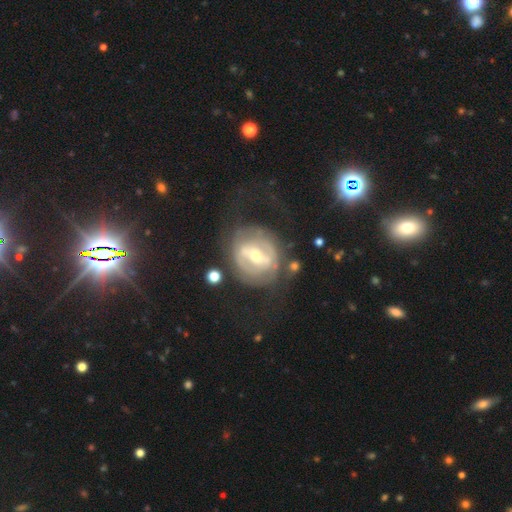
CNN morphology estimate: A featured or disk galaxy (78%) with a strong bar (52%), spiral arms (58%) and a moderate central bulge (60%). Merging: none (64%).